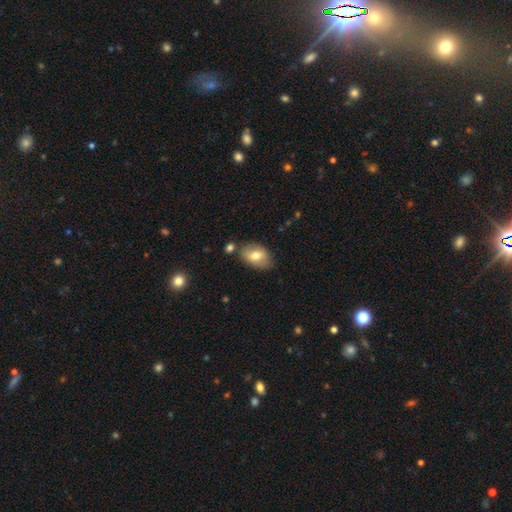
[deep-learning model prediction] The model was most divided on "smooth or featured": smooth: 70%, featured or disk: 22%, star or artifact: 7%. More confident: how rounded — in between (88%); merging — none (73%).